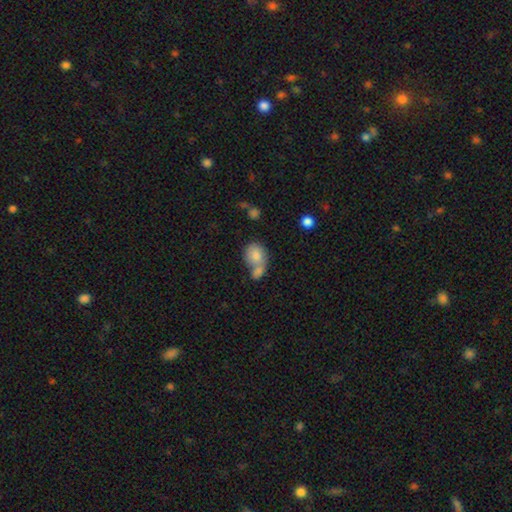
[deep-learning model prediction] A smooth galaxy with no disk features (80%) that is in between round and cigar-shaped (59%). Merging: merger (58%).